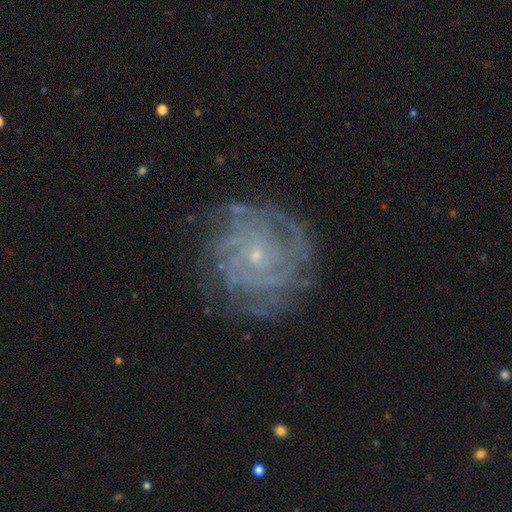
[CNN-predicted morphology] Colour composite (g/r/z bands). It shows a featured or disk galaxy (82%) with no bar (78%), tight (72%) spiral arms (93%) and a small central bulge (87%). Merging: none (77%).